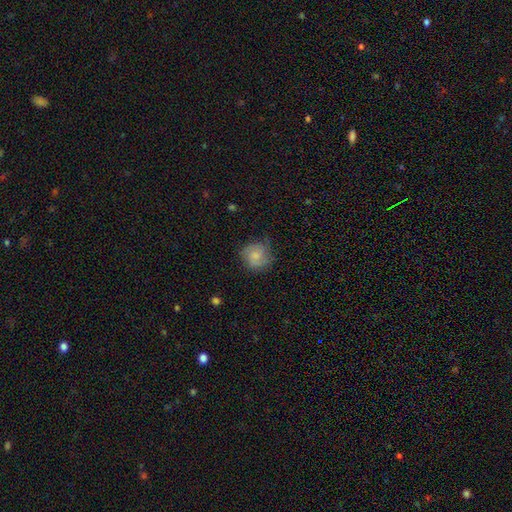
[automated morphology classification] The model was most divided on "merging": none: 61%, minor disturbance: 28%, major disturbance: 10%, merger: 1%. More confident: how rounded — round (86%); smooth or featured — smooth (65%).